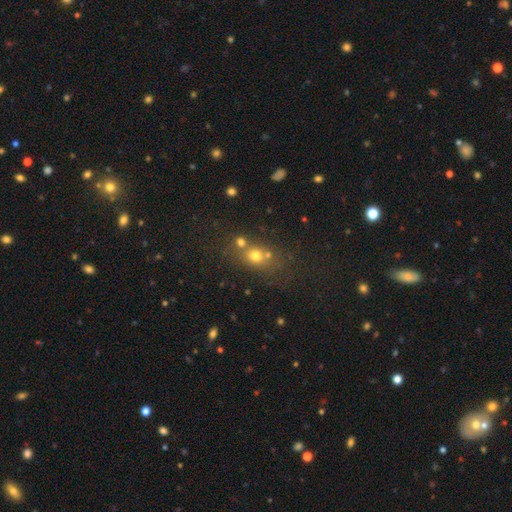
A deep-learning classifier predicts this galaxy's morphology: type=smooth (65%); roundness=round (58%); merging=none (56%).